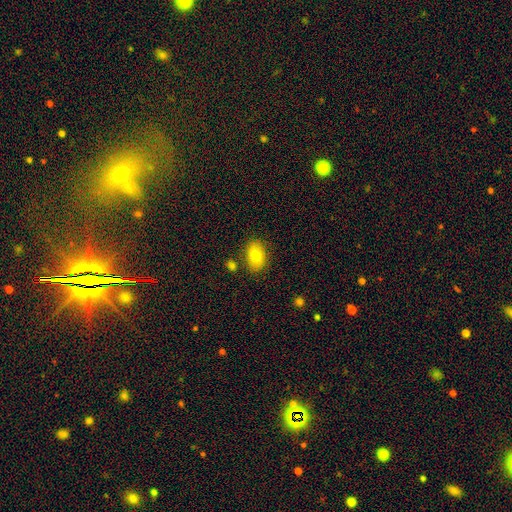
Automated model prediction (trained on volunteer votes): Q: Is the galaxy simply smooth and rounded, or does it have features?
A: smooth — 78%.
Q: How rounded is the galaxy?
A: in between — 84%.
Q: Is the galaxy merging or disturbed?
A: none — 81%.